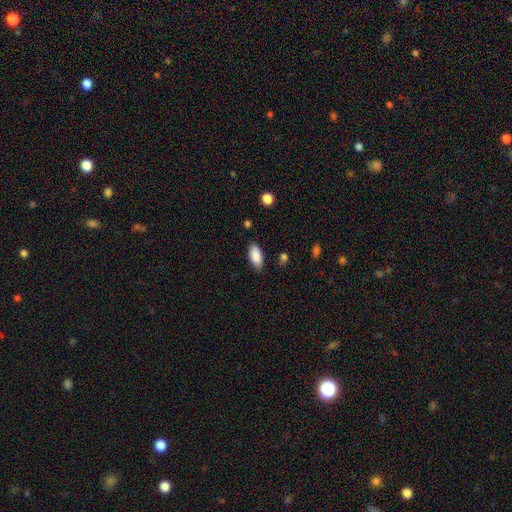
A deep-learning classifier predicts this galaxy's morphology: Overall: smooth (89%). How rounded: in between (90%). Merging: none (81%).